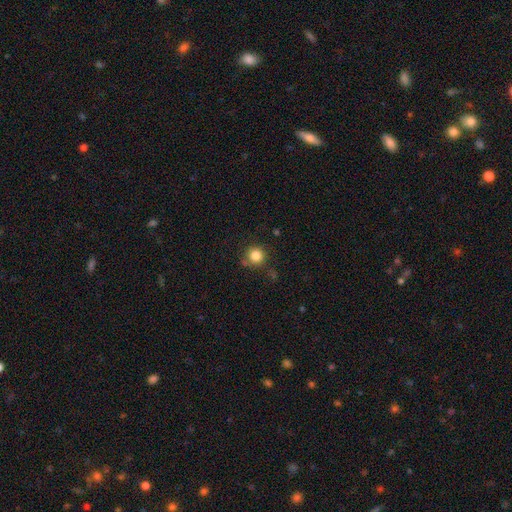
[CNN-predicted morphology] smooth 84%, star or artifact 11%, featured or disk 5%. Down the decision tree: how rounded — round (93%); merging — none (77%).